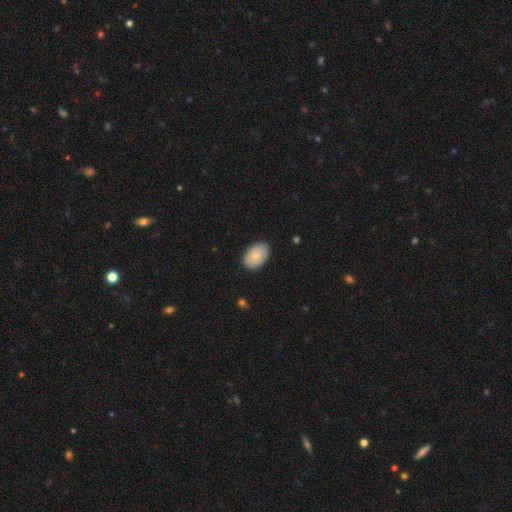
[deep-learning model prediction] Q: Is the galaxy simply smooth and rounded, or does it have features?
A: smooth — 79%.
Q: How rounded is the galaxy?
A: in between — 90%.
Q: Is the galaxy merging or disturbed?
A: none — 85%.